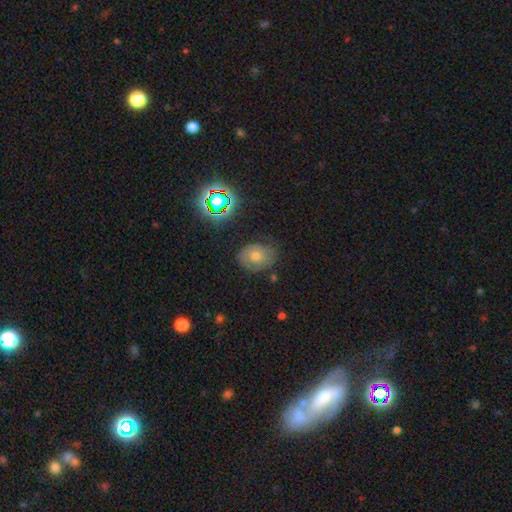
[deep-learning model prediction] Smooth or featured? Predicted: smooth (p=0.52). How rounded? Predicted: in between (p=0.58). Merging? Predicted: none (p=0.65).